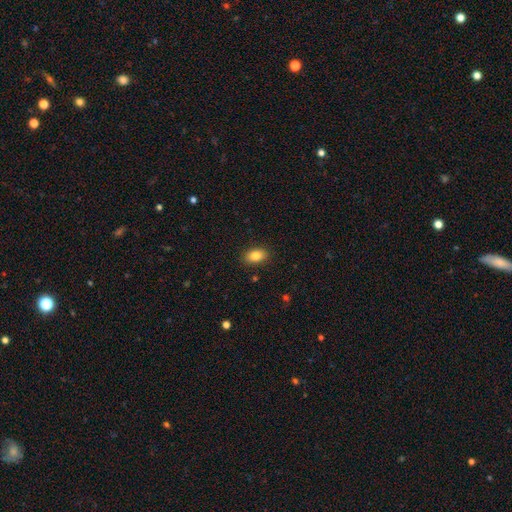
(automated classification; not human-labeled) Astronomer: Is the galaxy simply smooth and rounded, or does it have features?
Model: smooth — 85%.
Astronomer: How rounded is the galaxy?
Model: in between — 88%.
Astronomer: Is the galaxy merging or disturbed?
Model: none — 88%.